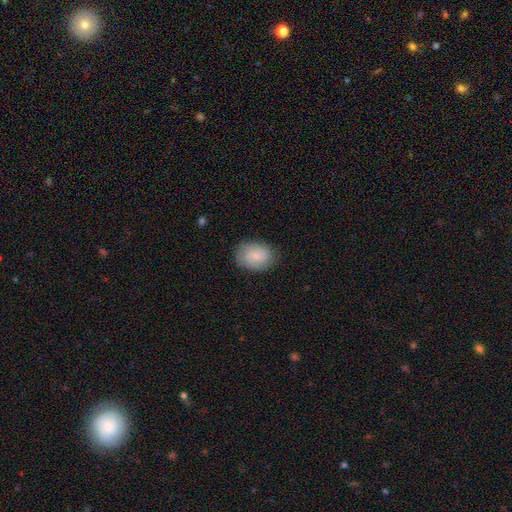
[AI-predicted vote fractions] Smooth or featured: smooth — 72% (featured or disk — 21%)
How rounded: in between — 73% (round — 26%)
Merging: none — 81% (minor disturbance — 15%)